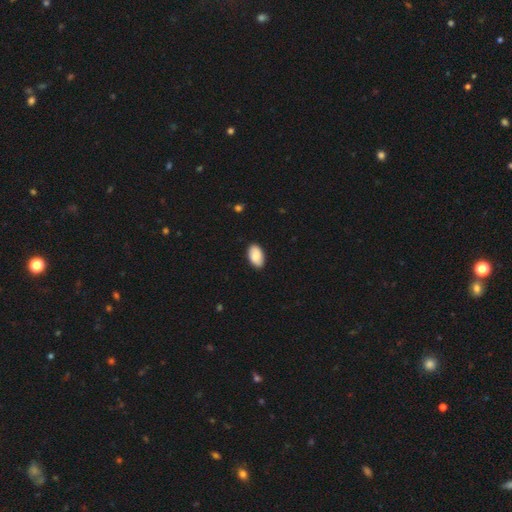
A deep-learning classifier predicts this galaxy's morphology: Smooth or featured? Predicted: smooth (p=0.85). How rounded? Predicted: in between (p=0.94). Merging? Predicted: none (p=0.88).